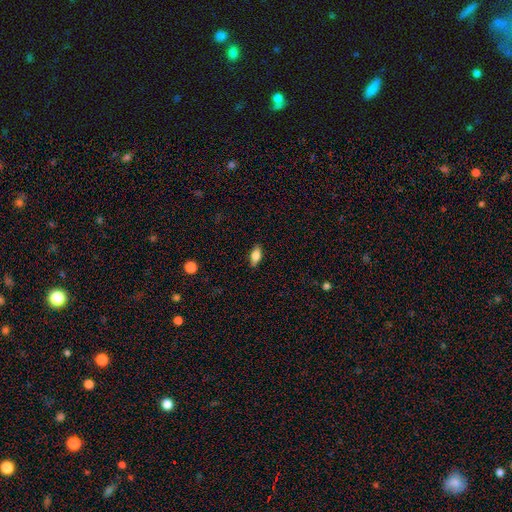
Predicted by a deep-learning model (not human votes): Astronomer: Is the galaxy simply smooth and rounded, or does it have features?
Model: smooth — 77%.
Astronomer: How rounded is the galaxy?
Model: in between — 84%.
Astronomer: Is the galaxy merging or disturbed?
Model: none — 87%.